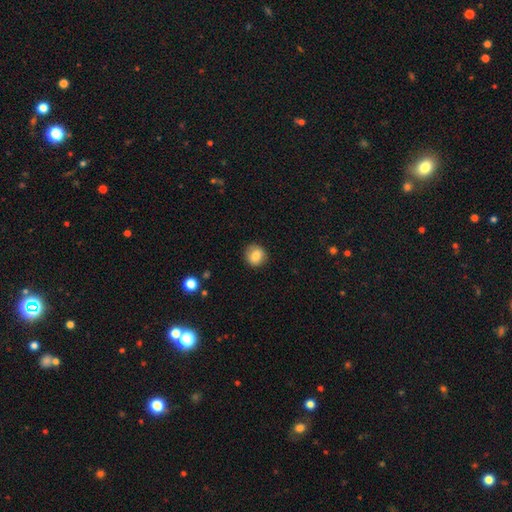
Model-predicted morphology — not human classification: Smooth or featured? smooth (81%)
How rounded? round (90%)
Merging? none (89%)